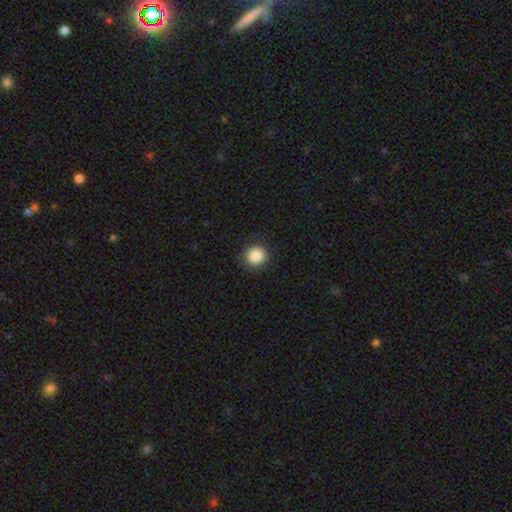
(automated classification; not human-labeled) Smooth or featured: smooth — 88% (star or artifact — 9%)
How rounded: round — 93% (in between — 6%)
Merging: none — 91% (minor disturbance — 6%)